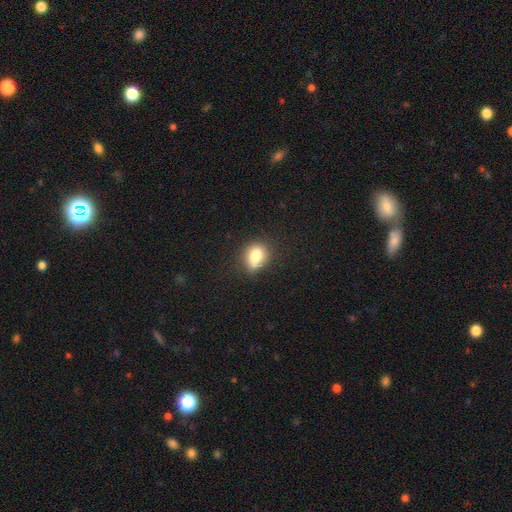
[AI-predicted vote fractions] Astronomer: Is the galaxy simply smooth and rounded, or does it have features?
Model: smooth — 81%.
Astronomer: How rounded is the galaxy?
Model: in between — 72%.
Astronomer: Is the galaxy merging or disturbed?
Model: none — 64%.